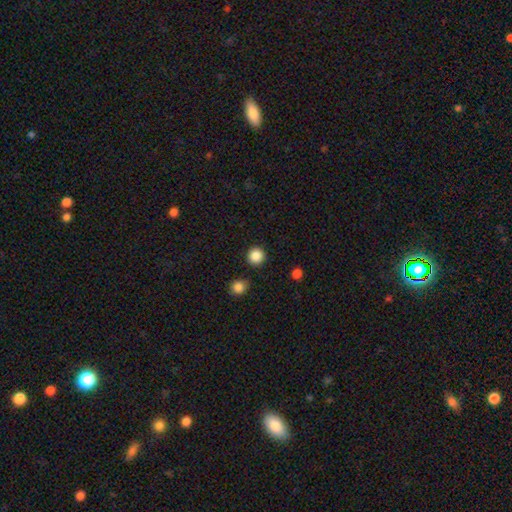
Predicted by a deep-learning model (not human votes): Q: Smooth or featured?
A: smooth (87%); runner-up: star or artifact (10%)
Q: How rounded?
A: round (95%); runner-up: in between (4%)
Q: Merging?
A: none (90%); runner-up: minor disturbance (5%)